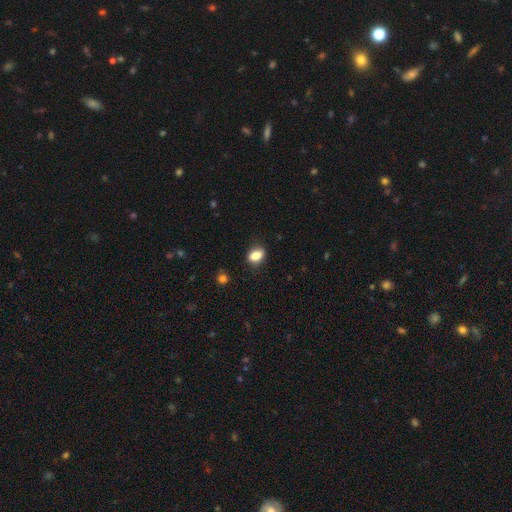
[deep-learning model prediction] smooth-or-featured: smooth: 83% | star or artifact: 9% | featured or disk: 8%
  how-rounded: in between: 77% | round: 20% | cigar-shaped: 3%
  merging: none: 80% | minor disturbance: 15% | major disturbance: 4% | merger: 2%